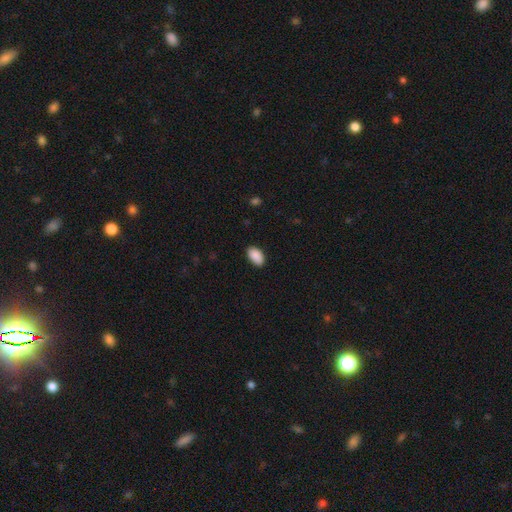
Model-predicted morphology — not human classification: smooth-or-featured: smooth: 91% | star or artifact: 7% | featured or disk: 3%
  how-rounded: in between: 94% | round: 4% | cigar-shaped: 1%
  merging: none: 87% | minor disturbance: 10% | major disturbance: 2% | merger: 1%